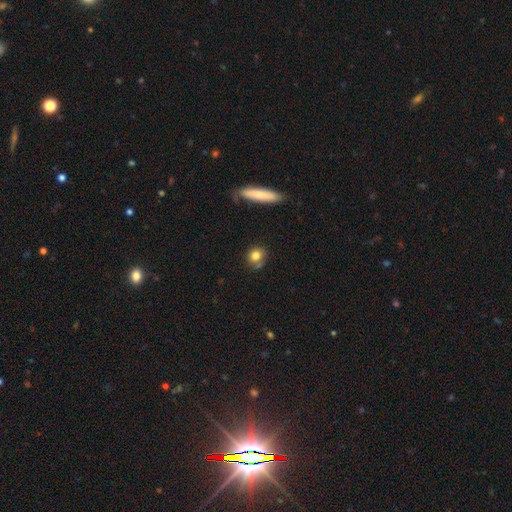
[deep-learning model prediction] smooth-or-featured: smooth: 81% | star or artifact: 10% | featured or disk: 9%
  how-rounded: round: 79% | in between: 19% | cigar-shaped: 3%
  merging: none: 70% | minor disturbance: 17% | merger: 8% | major disturbance: 5%